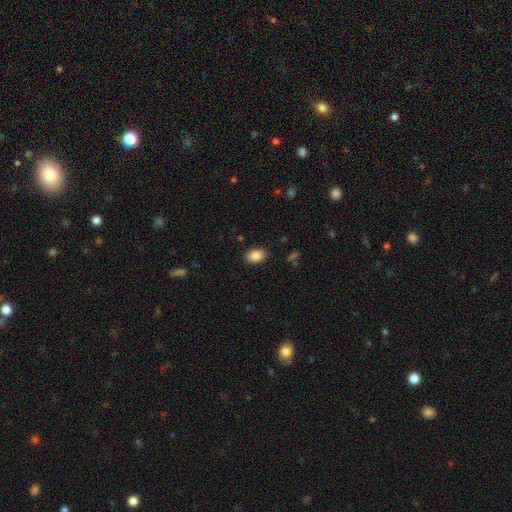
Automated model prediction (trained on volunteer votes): This appears to be a smooth galaxy with no disk features (88%) that is in between round and cigar-shaped (81%). Merging: none (88%).